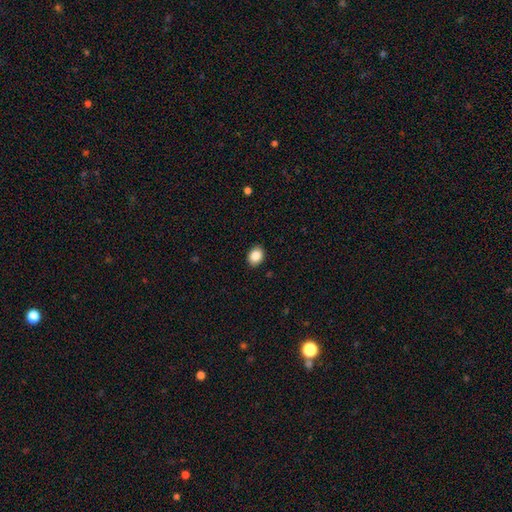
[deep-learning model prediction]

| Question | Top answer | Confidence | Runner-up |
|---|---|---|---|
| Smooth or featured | smooth | 88% | star or artifact (8%) |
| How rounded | in between | 61% | round (38%) |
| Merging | none | 89% | minor disturbance (8%) |